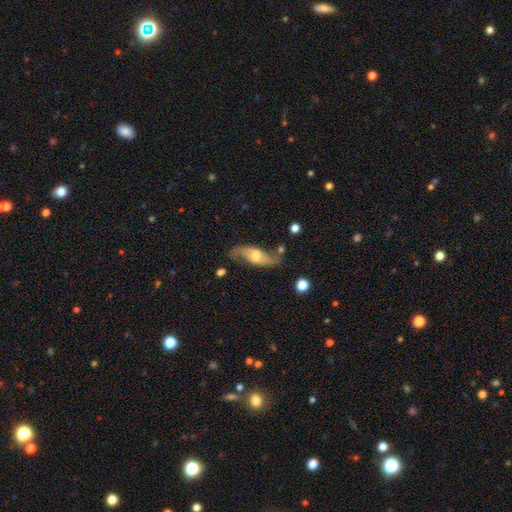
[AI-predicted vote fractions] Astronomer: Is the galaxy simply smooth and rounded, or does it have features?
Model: featured or disk — 74%.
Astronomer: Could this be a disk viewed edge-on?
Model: no — 87%.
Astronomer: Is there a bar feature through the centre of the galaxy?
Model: weak — 45% (runner-up: no, 38%).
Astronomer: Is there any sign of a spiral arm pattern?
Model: yes — 90%.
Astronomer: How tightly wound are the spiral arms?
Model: loose — 75%.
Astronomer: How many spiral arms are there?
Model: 2 — 91%.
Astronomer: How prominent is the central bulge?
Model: moderate — 47% (runner-up: large, 24%).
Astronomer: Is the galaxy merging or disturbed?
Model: none — 66%.